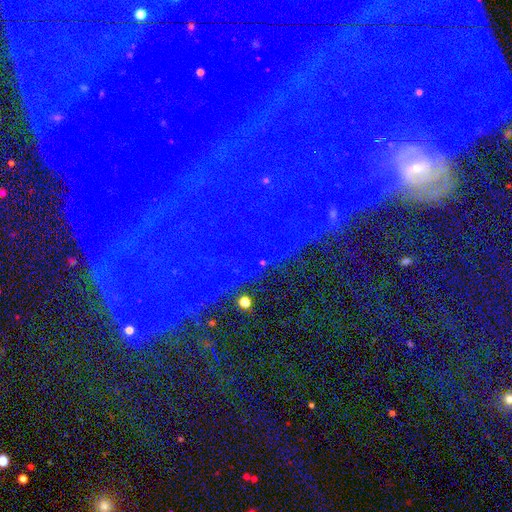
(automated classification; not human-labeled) star or artifact 79%, featured or disk 12%, smooth 9%.